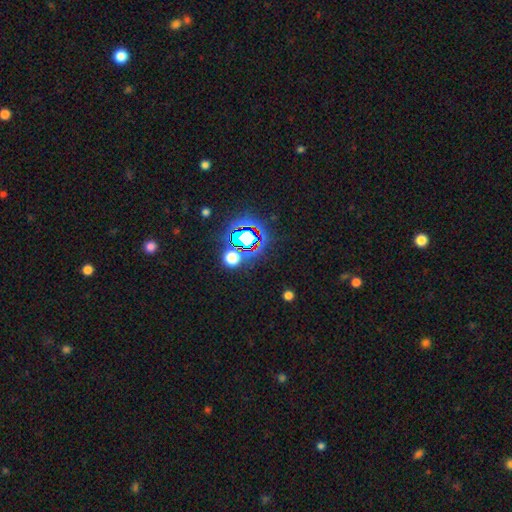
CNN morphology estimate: star or artifact 79%, smooth 13%, featured or disk 8%.